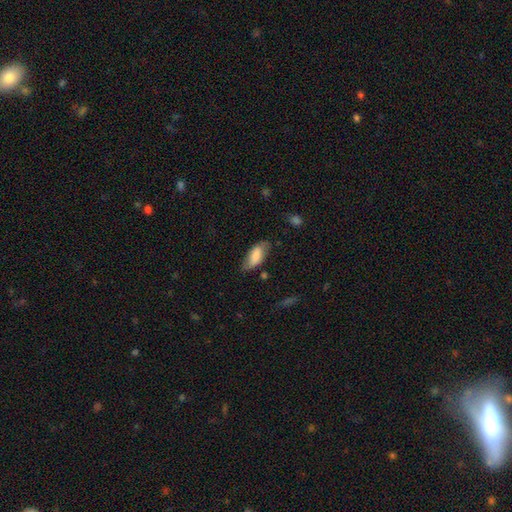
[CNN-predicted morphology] Q: Smooth or featured?
A: smooth (77%); runner-up: featured or disk (17%)
Q: How rounded?
A: in between (86%); runner-up: cigar-shaped (12%)
Q: Merging?
A: none (65%); runner-up: minor disturbance (26%)